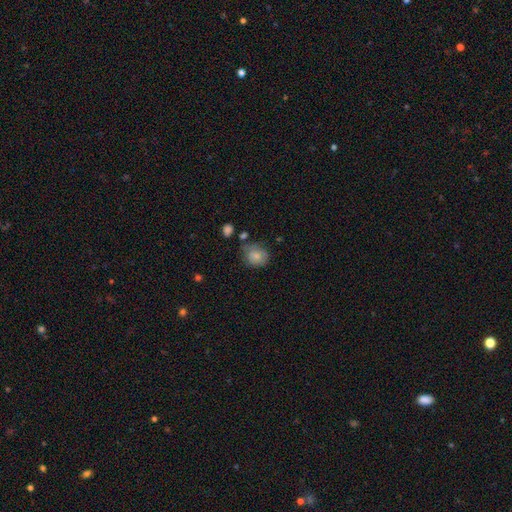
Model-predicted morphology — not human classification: Smooth or featured: smooth — 78% (featured or disk — 13%)
How rounded: round — 62% (in between — 37%)
Merging: none — 58% (minor disturbance — 28%)